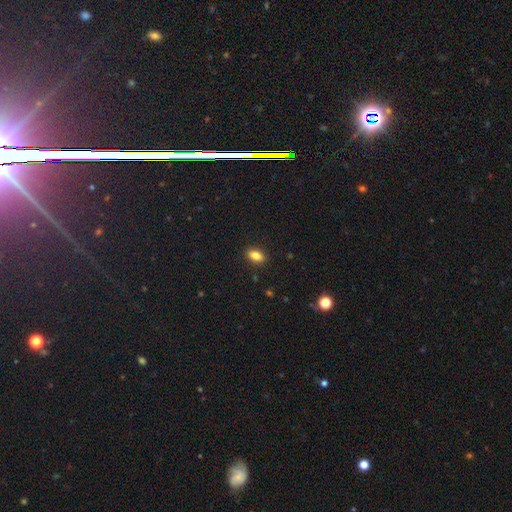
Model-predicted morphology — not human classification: Smooth or featured?
  - smooth: 84% *
  - star or artifact: 9%
  - featured or disk: 7%
How rounded?
  - in between: 87% *
  - round: 8%
  - cigar-shaped: 5%
Merging?
  - none: 88% *
  - minor disturbance: 9%
  - major disturbance: 2%
  - merger: 1%